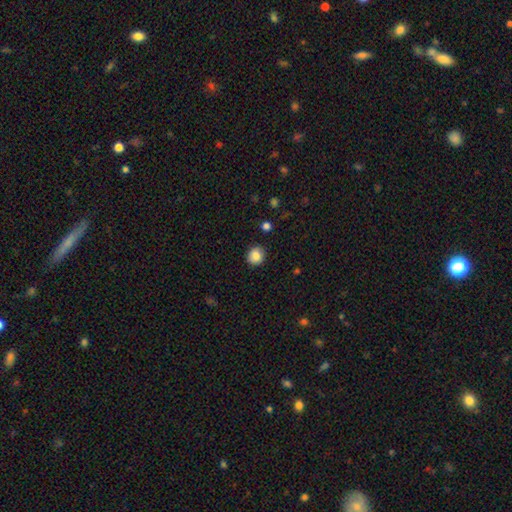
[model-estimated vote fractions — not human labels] smooth-or-featured: smooth: 86% | star or artifact: 10% | featured or disk: 5%
  how-rounded: round: 85% | in between: 14% | cigar-shaped: 1%
  merging: none: 90% | minor disturbance: 7% | major disturbance: 2% | merger: 1%